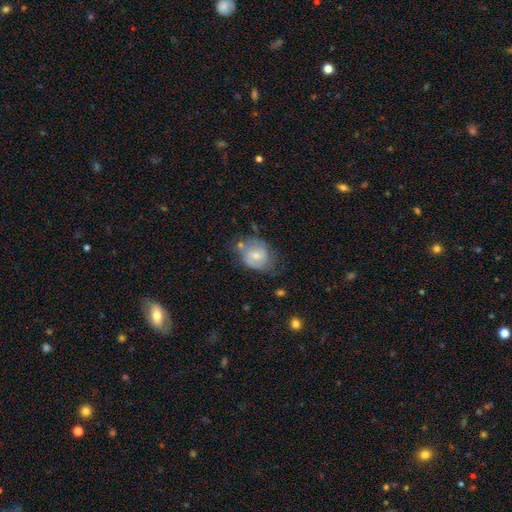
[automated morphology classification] Smooth or featured?
  - smooth: 55% *
  - featured or disk: 38%
  - star or artifact: 8%
How rounded?
  - round: 51% *
  - in between: 48%
  - cigar-shaped: 1%
Merging?
  - none: 47% *
  - minor disturbance: 29%
  - major disturbance: 12%
  - merger: 11%